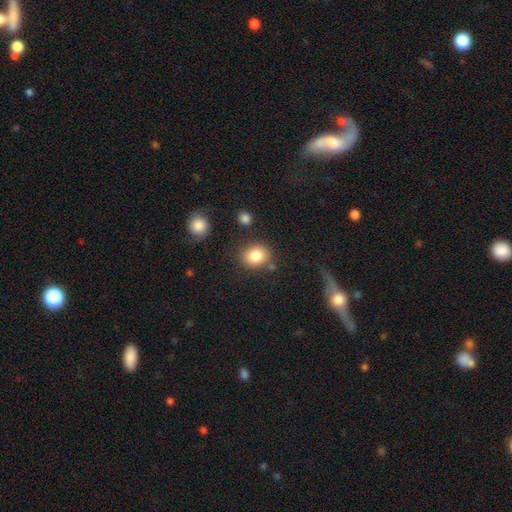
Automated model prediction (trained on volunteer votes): Smooth or featured: smooth — 84% (star or artifact — 9%)
How rounded: round — 63% (in between — 36%)
Merging: none — 78% (minor disturbance — 11%)